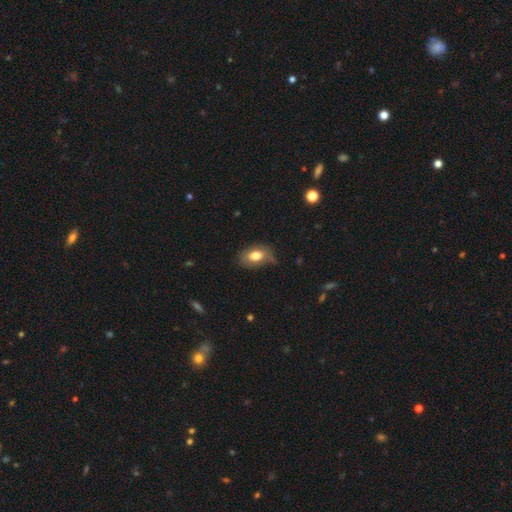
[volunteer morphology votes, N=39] This appears to be a smooth galaxy with no disk features (69%) that is in between round and cigar-shaped (85%). Merging: none (58%).